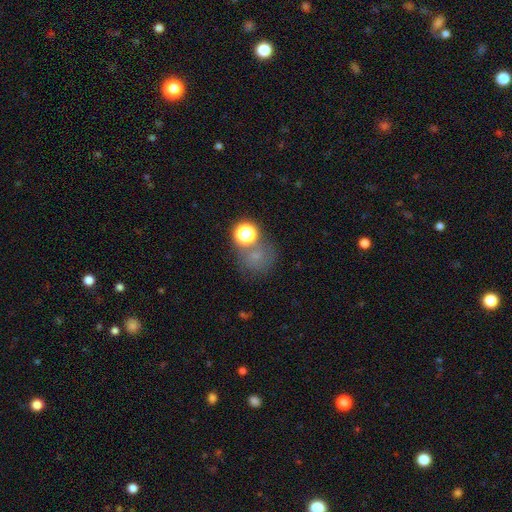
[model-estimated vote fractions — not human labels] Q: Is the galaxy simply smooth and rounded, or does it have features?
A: smooth — 51%.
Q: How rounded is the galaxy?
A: round — 79%.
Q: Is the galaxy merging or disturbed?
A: none — 56%.